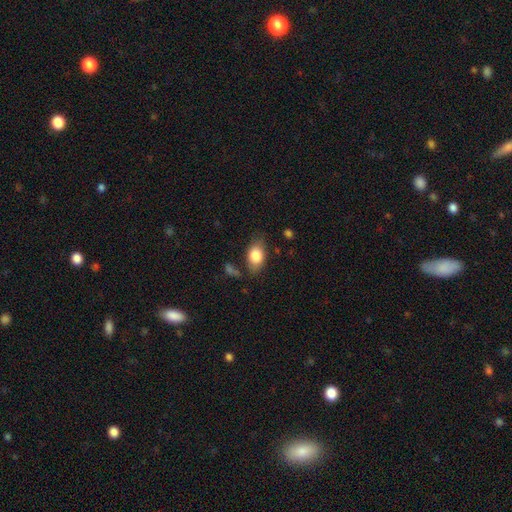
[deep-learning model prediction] This is clearly a smooth galaxy (81%). How rounded: clearly in between (86%). Merging: likely none (71%).